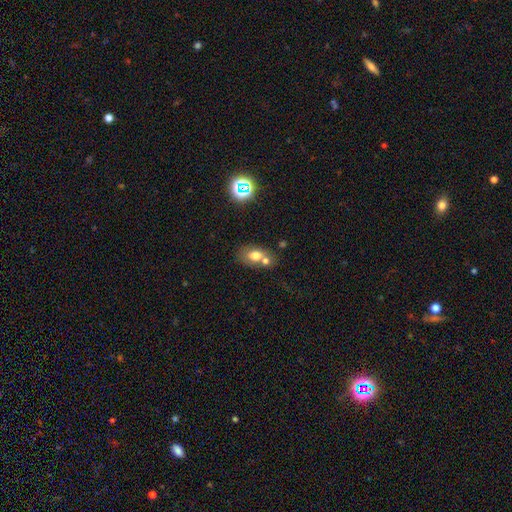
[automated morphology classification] Smooth or featured? Predicted: smooth (p=0.70). How rounded? Predicted: in between (p=0.75). Merging? Predicted: none (p=0.43).